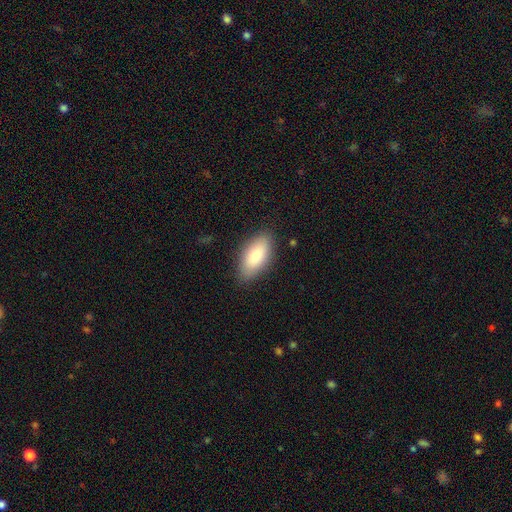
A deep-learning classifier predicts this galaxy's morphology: Overall: smooth (83%). How rounded: in between (90%). Merging: none (85%).